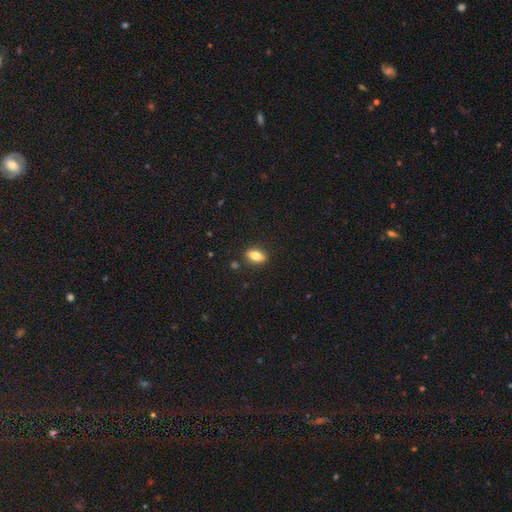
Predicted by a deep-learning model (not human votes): Smooth or featured? Predicted: smooth (p=0.73). How rounded? Predicted: in between (p=0.82). Merging? Predicted: none (p=0.87).